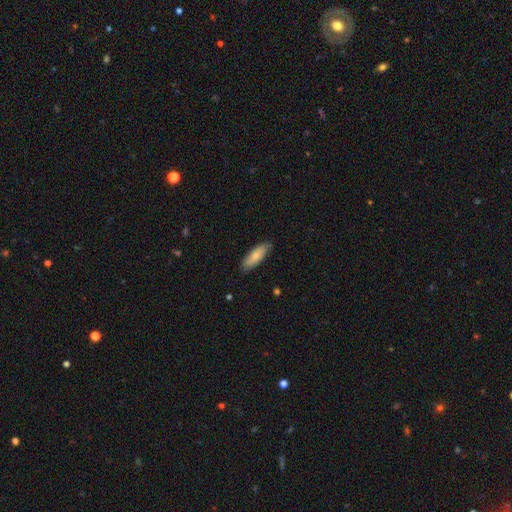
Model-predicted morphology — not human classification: This appears to be a smooth galaxy with no disk features (74%) that is in between round and cigar-shaped (56%). Merging: none (81%).